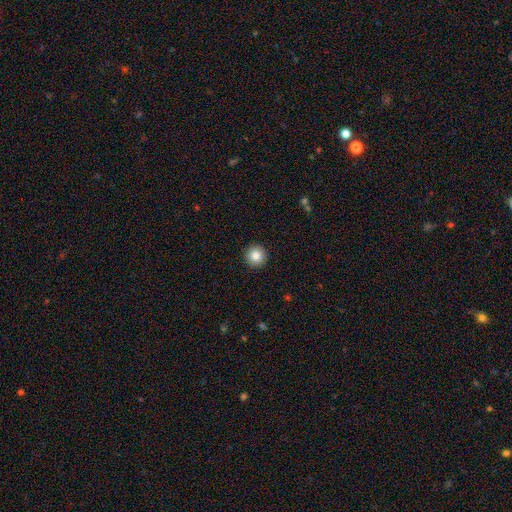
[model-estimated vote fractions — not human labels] This is clearly a smooth galaxy (84%). How rounded: clearly round (96%). Merging: clearly none (93%).